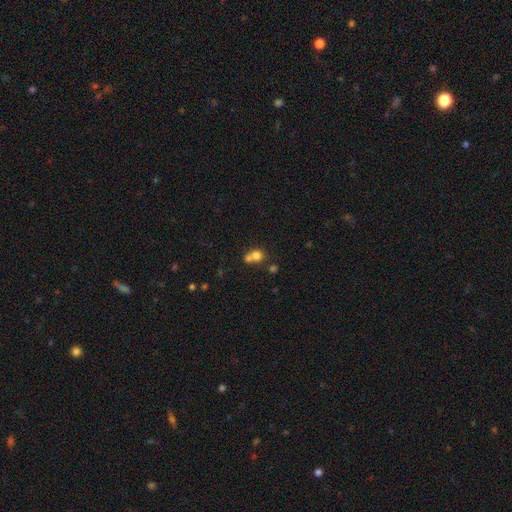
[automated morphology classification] This appears to be a smooth galaxy with no disk features (75%) that is round (80%). Merging: merger (53%).